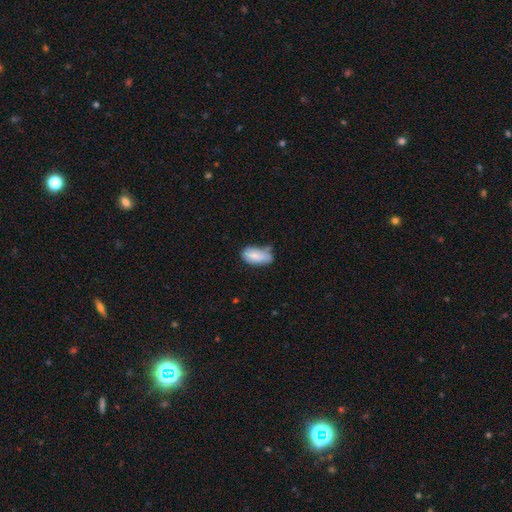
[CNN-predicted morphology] A smooth galaxy with no disk features (82%) that is in between round and cigar-shaped (91%). Merging: none (46%).